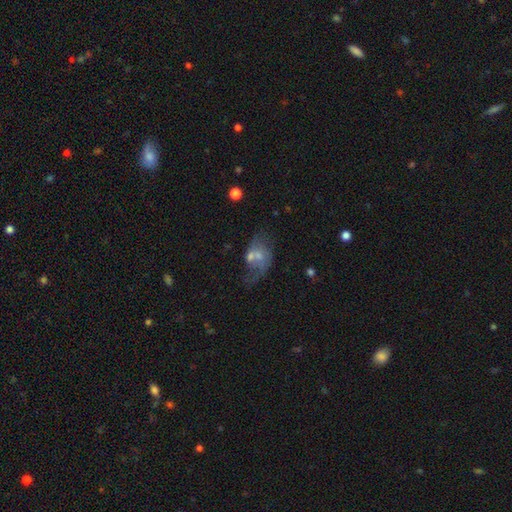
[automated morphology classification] Overall: featured or disk (57%; smooth 33%). Edge-on disk: no (97%). Bar: no (69%). Spiral arms: yes (62%; no 38%). Bulge size: moderate (41%; small 38%). Merging: merger (31%; none 27%).